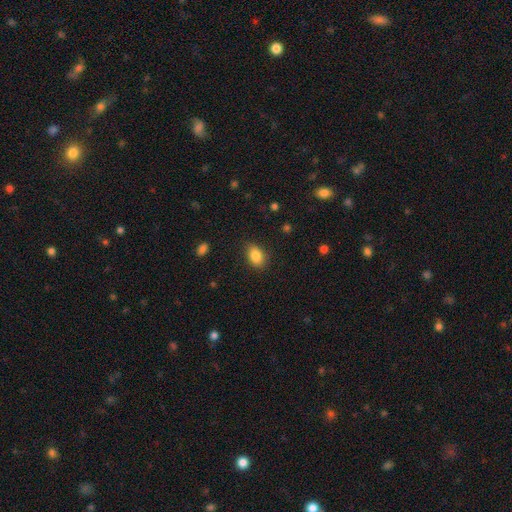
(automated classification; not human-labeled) Morphology: type=smooth (85%); roundness=in between (81%); merging=none (83%).